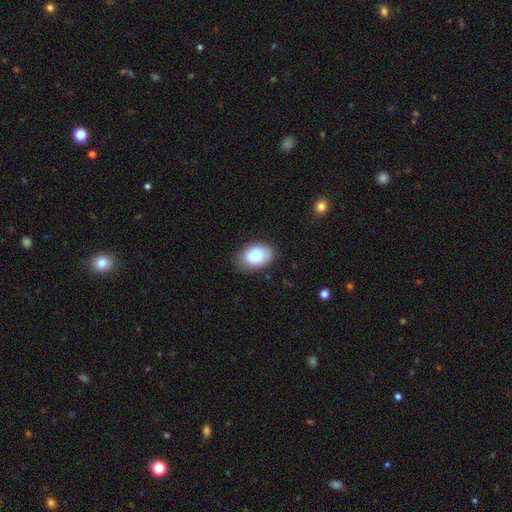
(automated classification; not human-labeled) Q: Smooth or featured?
A: smooth (86%); runner-up: featured or disk (7%)
Q: How rounded?
A: in between (87%); runner-up: round (12%)
Q: Merging?
A: none (78%); runner-up: minor disturbance (17%)